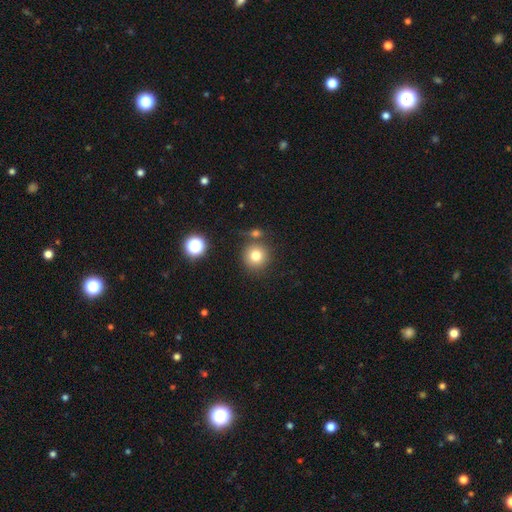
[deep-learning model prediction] Smooth or featured? smooth (79%)
How rounded? round (93%)
Merging? none (76%)